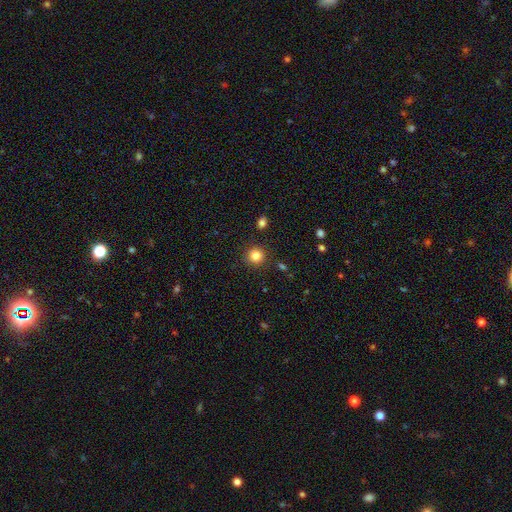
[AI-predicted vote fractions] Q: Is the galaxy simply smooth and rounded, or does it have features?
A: smooth — 83%.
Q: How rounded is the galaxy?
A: round — 93%.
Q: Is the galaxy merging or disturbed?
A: none — 90%.